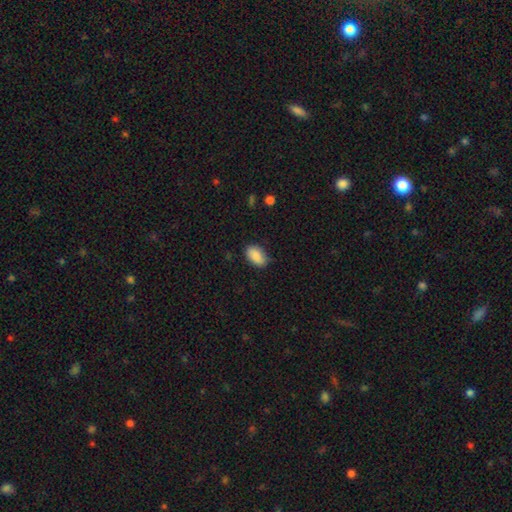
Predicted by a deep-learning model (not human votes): This appears to be a smooth galaxy with no disk features (88%) that is in between round and cigar-shaped (91%). Merging: none (73%).